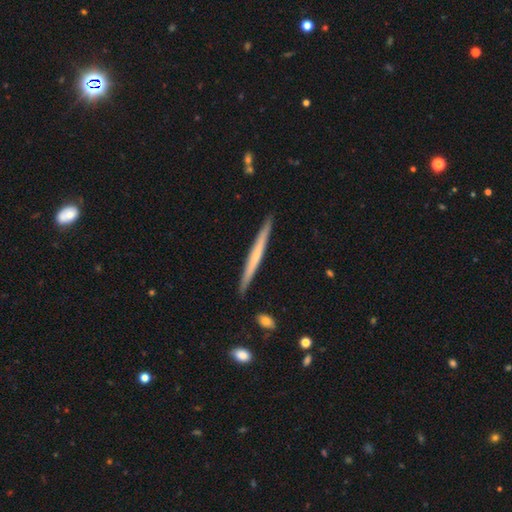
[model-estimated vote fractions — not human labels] Smooth or featured? Predicted: featured or disk (p=0.52). Edge-on disk? Predicted: yes (p=0.97). Edge-on bulge? Predicted: none (p=0.75). Merging? Predicted: none (p=0.91).